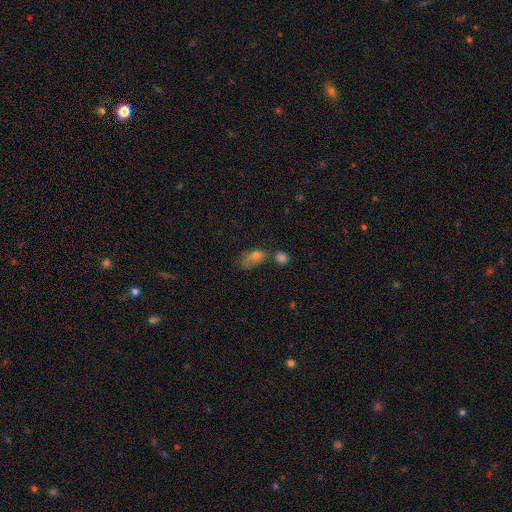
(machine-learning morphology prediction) The model was most divided on "merging": none: 33%, merger: 27%, minor disturbance: 23%, major disturbance: 18%. More confident: how rounded — in between (80%); smooth or featured — smooth (67%).